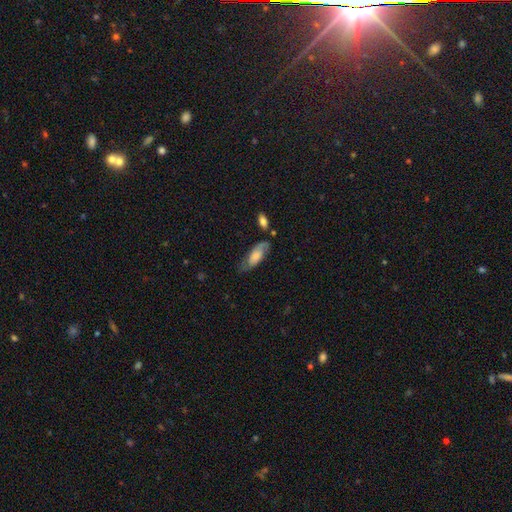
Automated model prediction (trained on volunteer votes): Smooth or featured? smooth (54%)
How rounded? in between (77%)
Merging? none (59%)